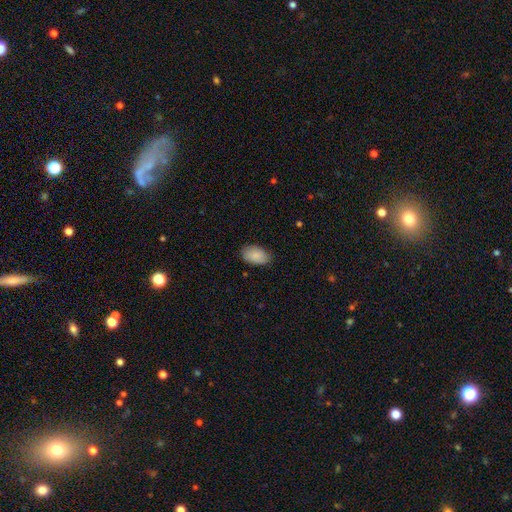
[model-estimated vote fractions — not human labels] Smooth or featured? Predicted: smooth (p=0.87). How rounded? Predicted: in between (p=0.93). Merging? Predicted: none (p=0.79).